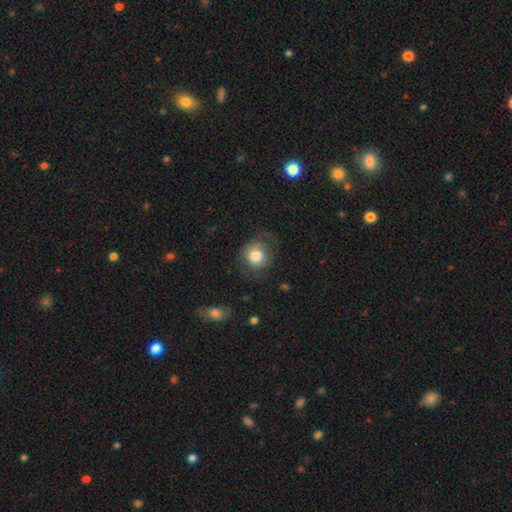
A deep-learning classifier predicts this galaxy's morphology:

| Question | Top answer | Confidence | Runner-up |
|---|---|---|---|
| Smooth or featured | smooth | 78% | featured or disk (14%) |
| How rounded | round | 82% | in between (17%) |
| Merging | none | 60% | minor disturbance (23%) |